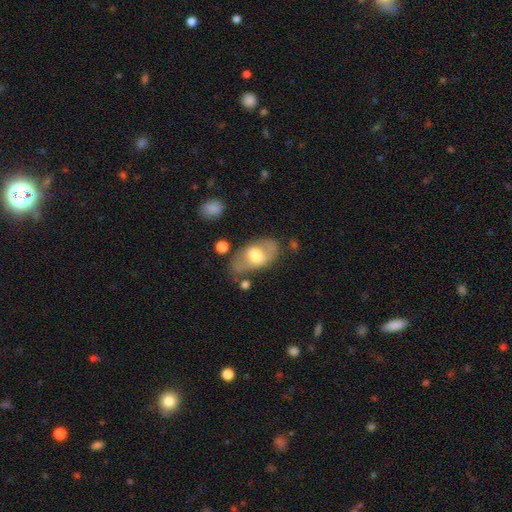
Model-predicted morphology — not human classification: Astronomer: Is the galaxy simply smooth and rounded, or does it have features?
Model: smooth — 49% (runner-up: featured or disk, 45%).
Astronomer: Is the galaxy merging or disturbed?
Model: none — 62%.